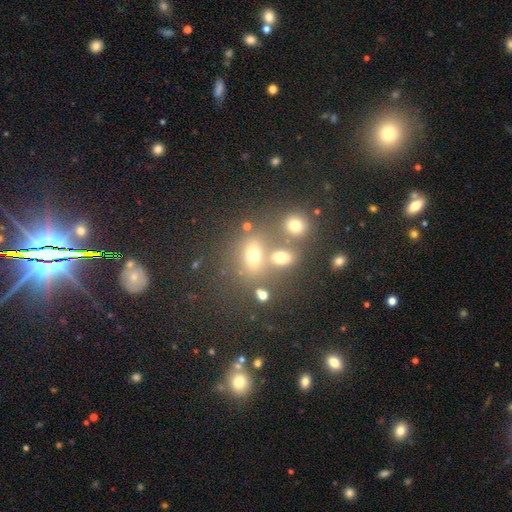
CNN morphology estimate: Q: Smooth or featured?
A: star or artifact (54%); runner-up: smooth (33%)